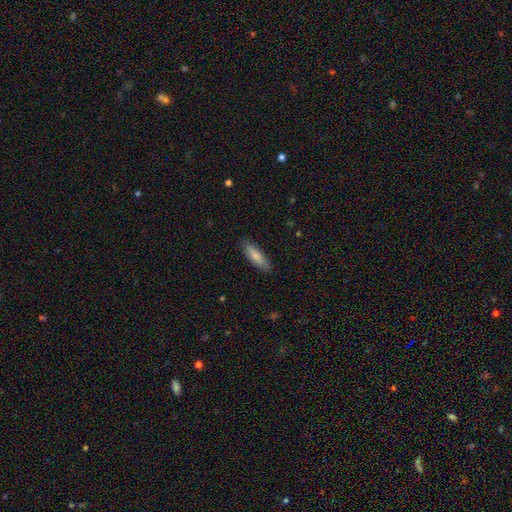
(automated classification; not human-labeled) A smooth galaxy with no disk features (78%) that is in between round and cigar-shaped (50%).

Vote fractions:
- Smooth or featured? smooth: 78% / featured or disk: 16% / star or artifact: 6%
- How rounded? in between: 50% / cigar-shaped: 48% / round: 2%
- Merging? none: 85% / minor disturbance: 12% / major disturbance: 2% / merger: 1%